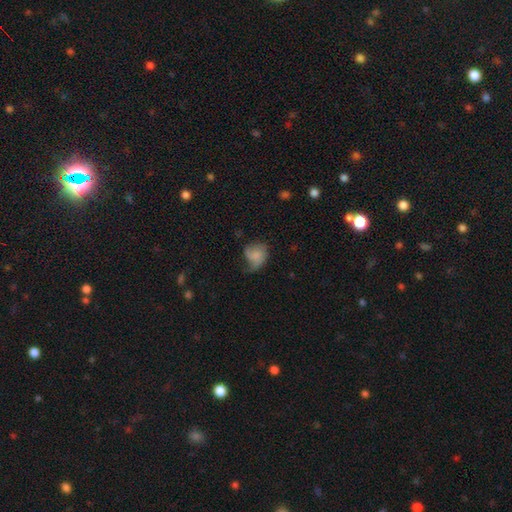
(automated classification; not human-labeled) Smooth or featured: smooth — 55% (featured or disk — 36%)
How rounded: round — 55% (in between — 44%)
Merging: none — 34% (minor disturbance — 33%)